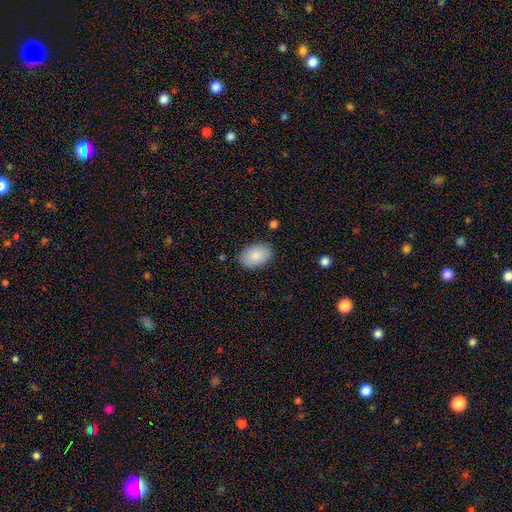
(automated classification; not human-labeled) This appears to be a smooth galaxy with no disk features (87%) that is in between round and cigar-shaped (89%). Merging: none (84%).